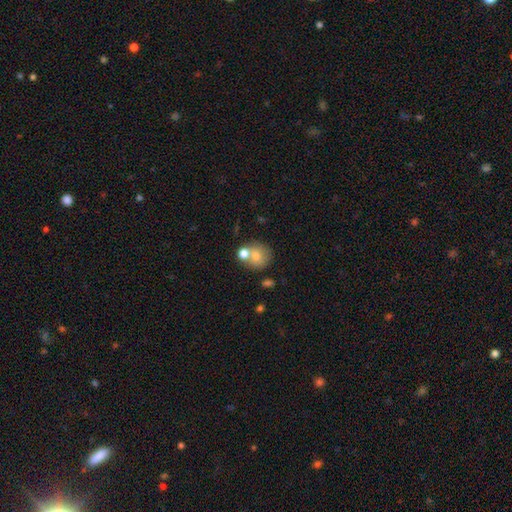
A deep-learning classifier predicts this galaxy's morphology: type=smooth (72%); roundness=round (81%); merging=none (52%).